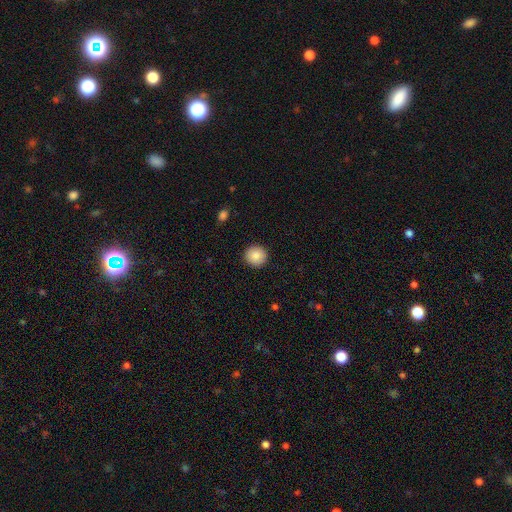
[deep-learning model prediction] Smooth or featured?
  - smooth: 88% *
  - star or artifact: 8%
  - featured or disk: 4%
How rounded?
  - round: 94% *
  - in between: 5%
  - cigar-shaped: 1%
Merging?
  - none: 92% *
  - minor disturbance: 5%
  - major disturbance: 2%
  - merger: 1%